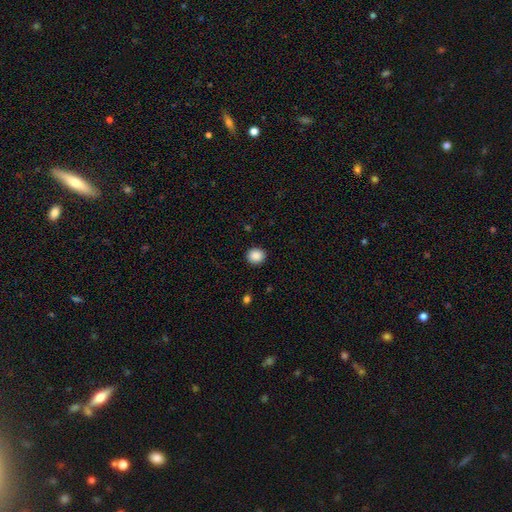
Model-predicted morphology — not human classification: type=smooth (89%); roundness=round (82%); merging=none (91%).